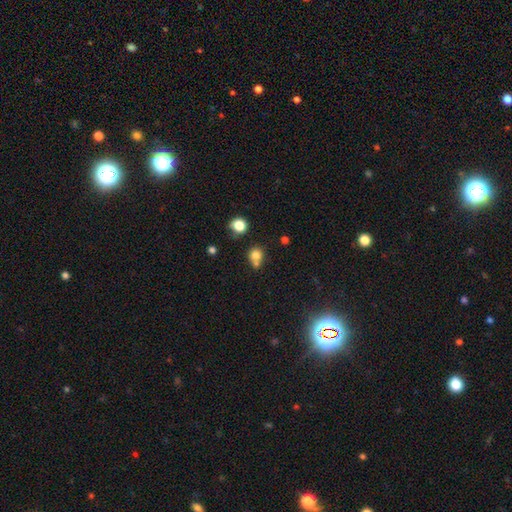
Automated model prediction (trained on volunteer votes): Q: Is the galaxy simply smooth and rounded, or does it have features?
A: smooth — 77%.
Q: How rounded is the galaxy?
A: round — 82%.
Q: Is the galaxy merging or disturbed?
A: none — 46%.